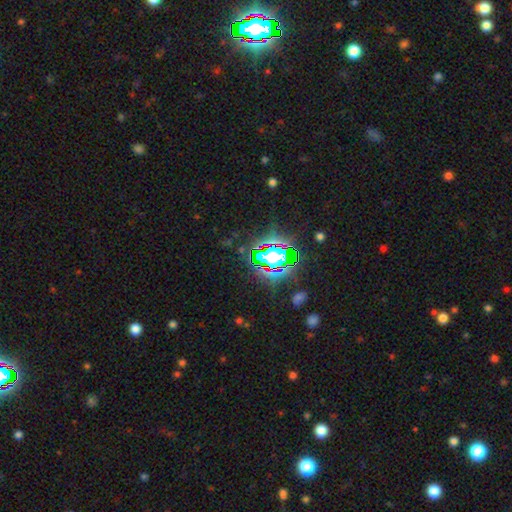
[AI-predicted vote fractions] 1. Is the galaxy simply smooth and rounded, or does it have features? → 82% star or artifact, 10% smooth, 8% featured or disk.